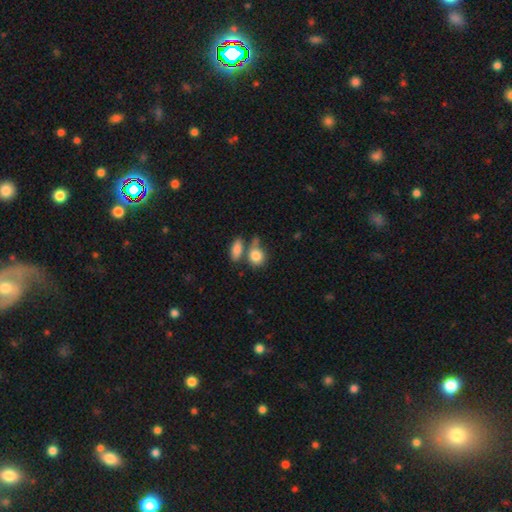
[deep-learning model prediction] smooth-or-featured: smooth: 84% | featured or disk: 9% | star or artifact: 8%
  how-rounded: round: 57% | in between: 40% | cigar-shaped: 3%
  merging: none: 45% | merger: 35% | minor disturbance: 14% | major disturbance: 6%